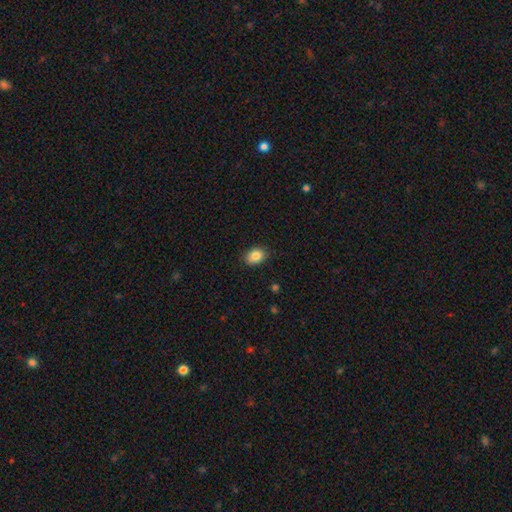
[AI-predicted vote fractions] Morphology: type=smooth (85%); roundness=in between (74%); merging=none (86%).